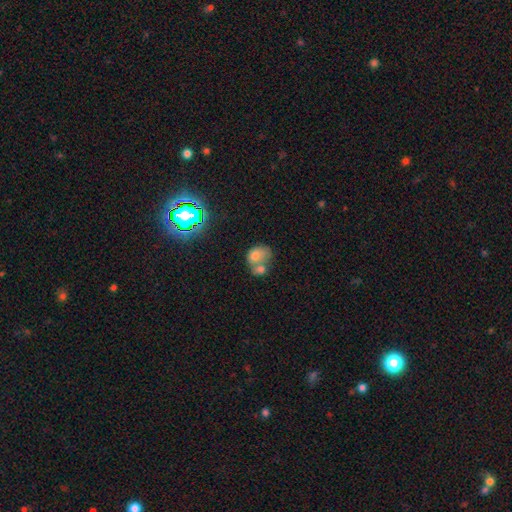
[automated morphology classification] The model was most divided on "how rounded": in between: 59%, round: 40%, cigar-shaped: 1%. More confident: smooth or featured — smooth (69%); merging — merger (62%).